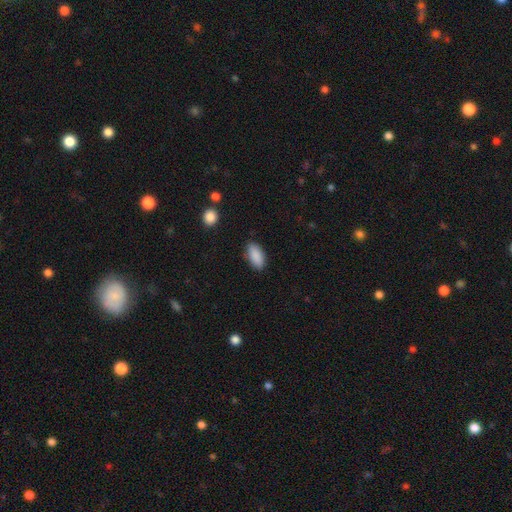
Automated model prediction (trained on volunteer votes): Morphology: type=smooth (90%); roundness=in between (90%); merging=none (86%).